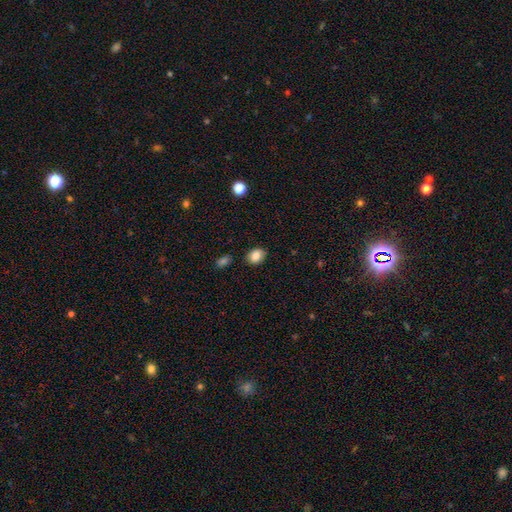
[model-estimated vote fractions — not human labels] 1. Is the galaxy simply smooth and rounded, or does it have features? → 85% smooth, 9% star or artifact, 7% featured or disk.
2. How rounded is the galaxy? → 68% in between, 31% round, 1% cigar-shaped.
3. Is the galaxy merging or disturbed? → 85% none, 11% minor disturbance, 2% major disturbance, 2% merger.